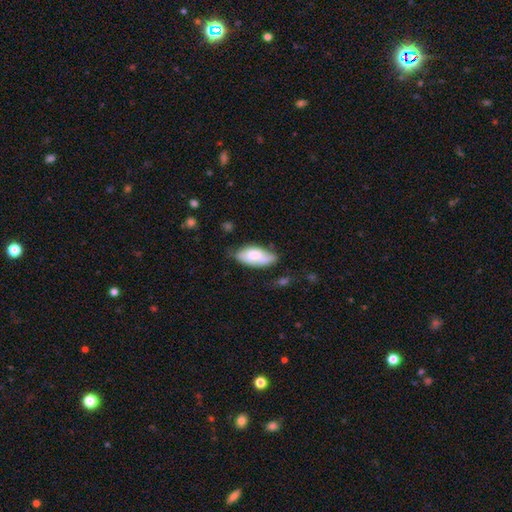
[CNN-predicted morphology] Q: Smooth or featured?
A: smooth (70%); runner-up: featured or disk (24%)
Q: How rounded?
A: in between (91%); runner-up: cigar-shaped (7%)
Q: Merging?
A: none (50%); runner-up: minor disturbance (36%)